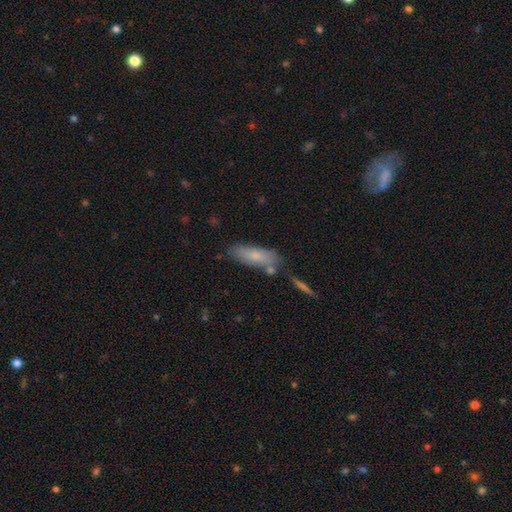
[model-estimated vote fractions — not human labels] smooth-or-featured: smooth: 74% | featured or disk: 20% | star or artifact: 7%
  how-rounded: in between: 60% | cigar-shaped: 38% | round: 2%
  merging: none: 68% | minor disturbance: 17% | merger: 11% | major disturbance: 4%